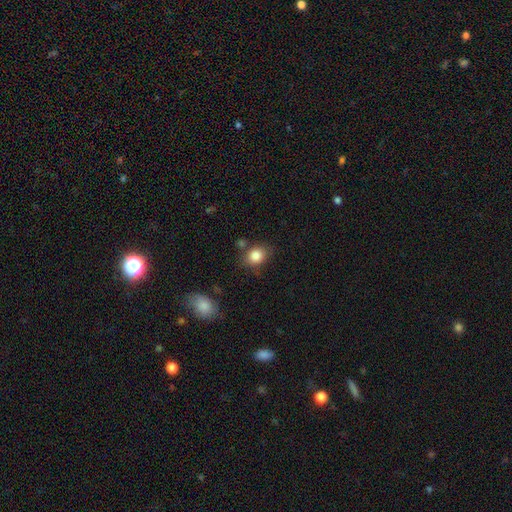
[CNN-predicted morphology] type=smooth (85%); roundness=round (50%); merging=none (74%).